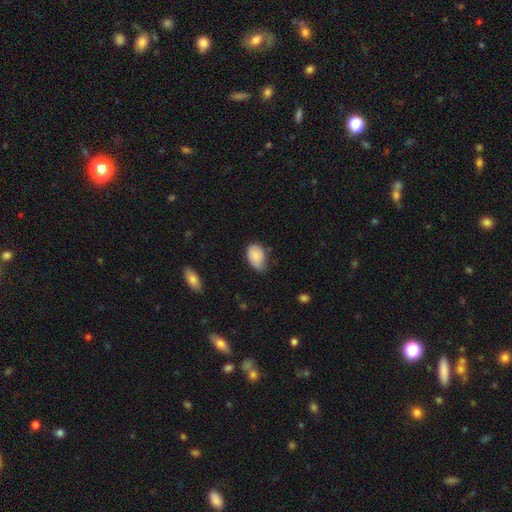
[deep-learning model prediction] Smooth or featured?
  - smooth: 84% *
  - featured or disk: 9%
  - star or artifact: 7%
How rounded?
  - in between: 89% *
  - round: 10%
  - cigar-shaped: 1%
Merging?
  - none: 47% *
  - minor disturbance: 42%
  - major disturbance: 8%
  - merger: 2%